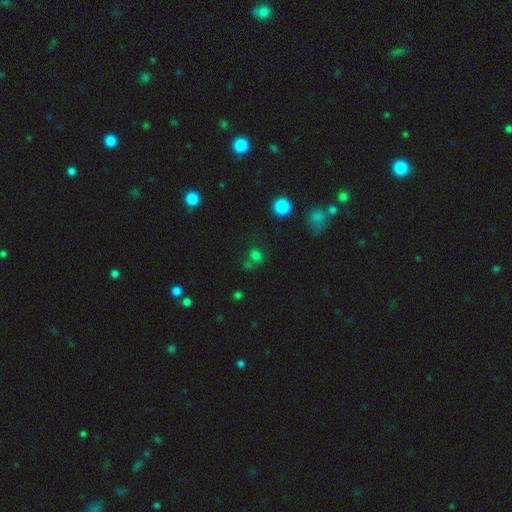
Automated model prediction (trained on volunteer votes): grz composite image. It shows a smooth galaxy with no disk features (67%) that is round (56%). Merging: none (58%).